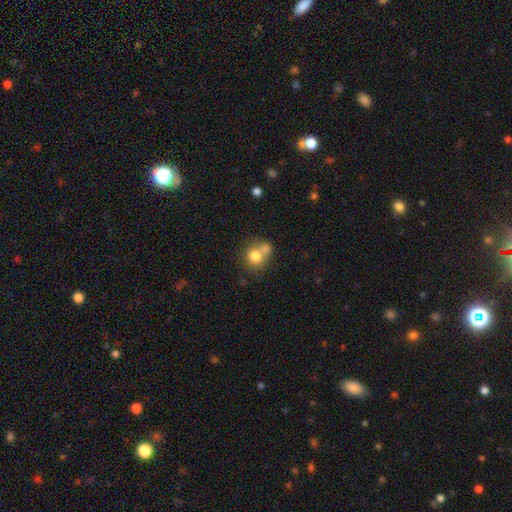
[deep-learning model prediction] This appears to be a smooth galaxy with no disk features (77%) that is round (81%). Merging: merger (46%).